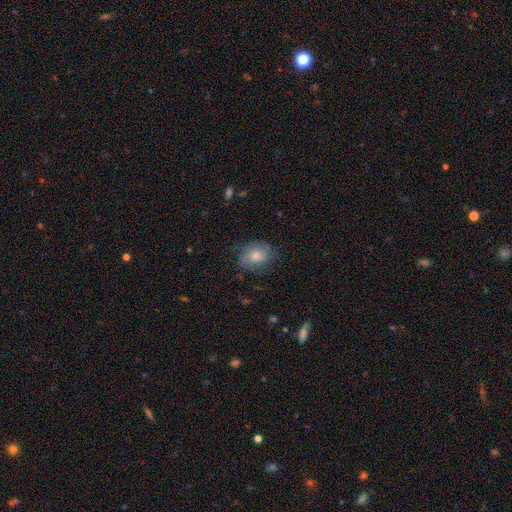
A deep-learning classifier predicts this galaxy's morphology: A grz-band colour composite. It shows a smooth galaxy with no disk features (65%) that is in between round and cigar-shaped (51%). Merging: none (68%).